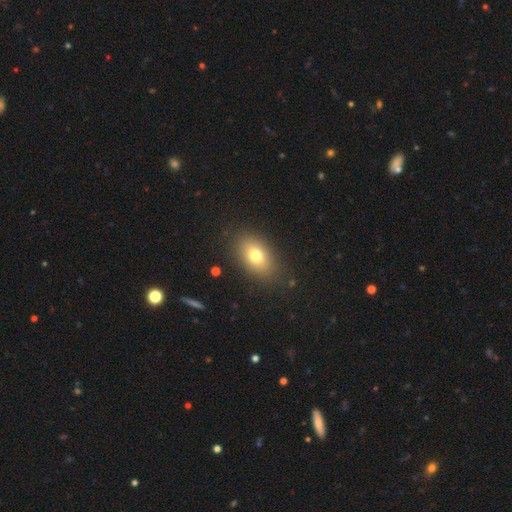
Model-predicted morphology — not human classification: Smooth or featured? Predicted: smooth (p=0.75). How rounded? Predicted: in between (p=0.84). Merging? Predicted: none (p=0.84).